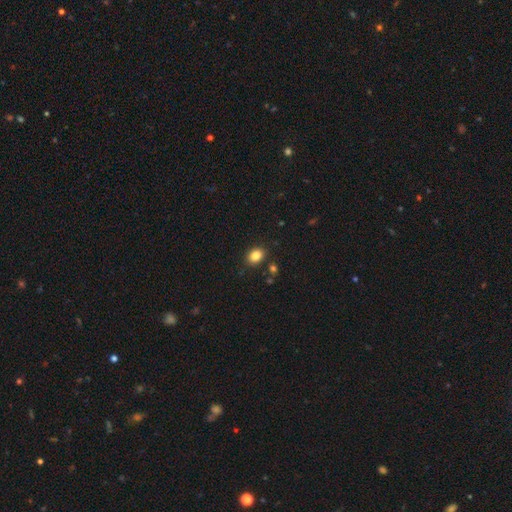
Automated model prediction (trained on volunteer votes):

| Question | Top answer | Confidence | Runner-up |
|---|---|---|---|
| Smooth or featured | smooth | 85% | star or artifact (10%) |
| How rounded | in between | 67% | round (32%) |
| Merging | none | 86% | minor disturbance (9%) |